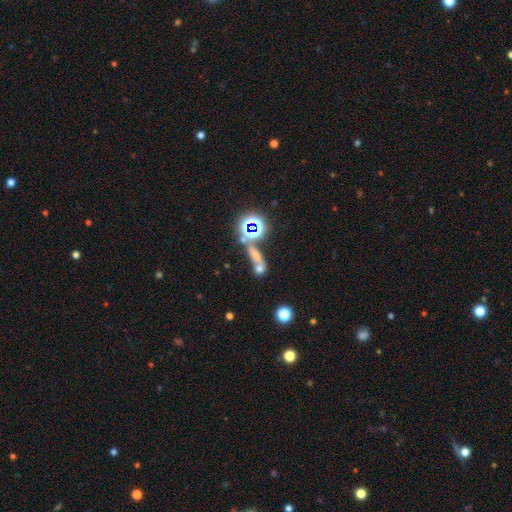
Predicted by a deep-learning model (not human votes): A smooth galaxy with no disk features (45%). Merging: merger (46%).